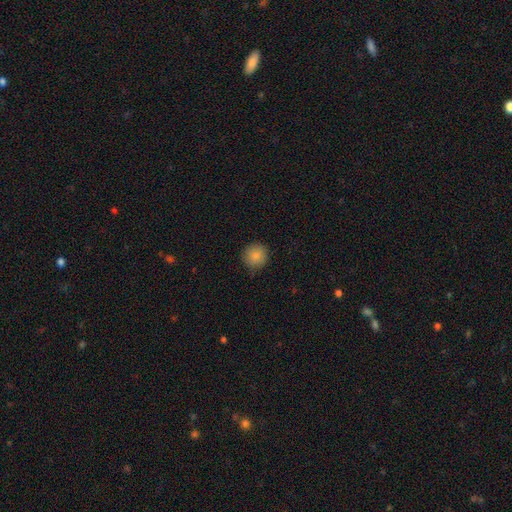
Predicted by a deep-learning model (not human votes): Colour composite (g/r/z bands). It shows a smooth galaxy with no disk features (86%) that is round (93%). Merging: none (87%).